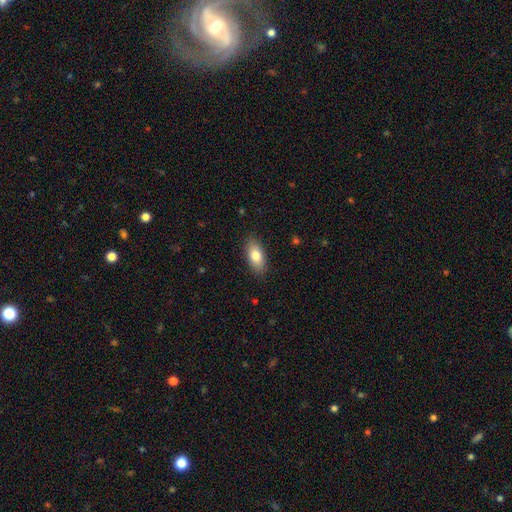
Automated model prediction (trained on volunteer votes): Smooth or featured?
  - smooth: 81% *
  - featured or disk: 13%
  - star or artifact: 6%
How rounded?
  - in between: 88% *
  - cigar-shaped: 9%
  - round: 3%
Merging?
  - none: 87% *
  - minor disturbance: 10%
  - major disturbance: 2%
  - merger: 1%